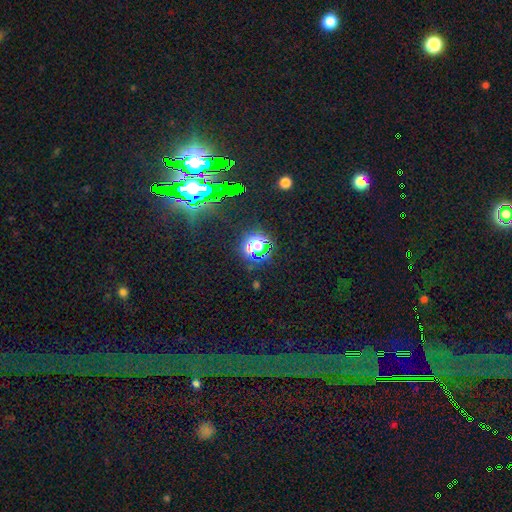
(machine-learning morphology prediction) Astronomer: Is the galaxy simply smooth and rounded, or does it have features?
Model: star or artifact — 78%.